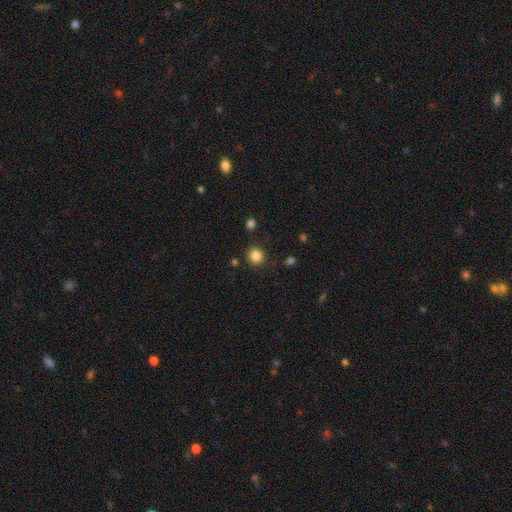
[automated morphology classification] The model was most divided on "smooth or featured": smooth: 85%, star or artifact: 11%, featured or disk: 4%. More confident: how rounded — round (89%); merging — none (86%).